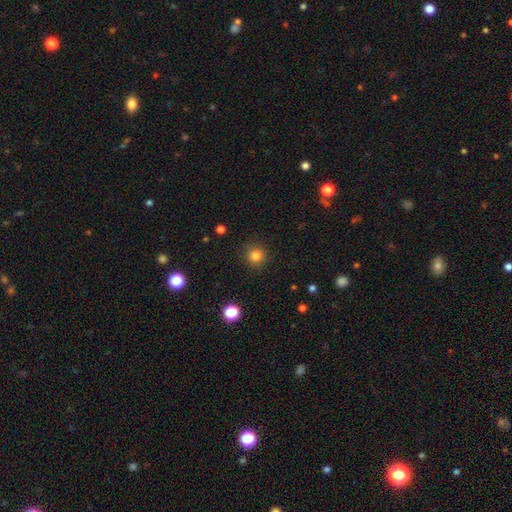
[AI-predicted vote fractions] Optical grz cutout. It shows a smooth galaxy with no disk features (82%) that is round (93%). Merging: none (90%).